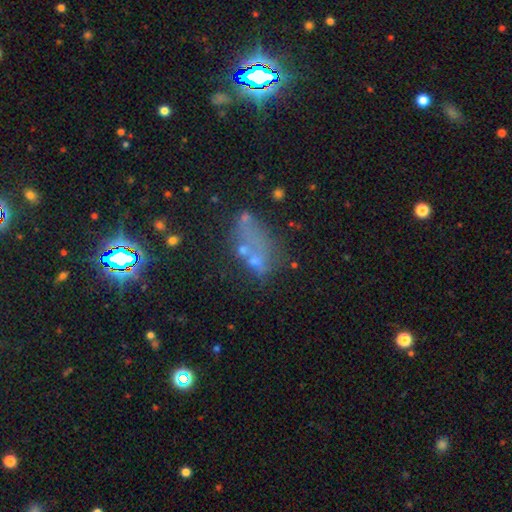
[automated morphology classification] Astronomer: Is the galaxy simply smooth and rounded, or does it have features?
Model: smooth — 37% (runner-up: featured or disk, 32%).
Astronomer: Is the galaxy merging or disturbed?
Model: none — 37% (runner-up: merger, 26%).